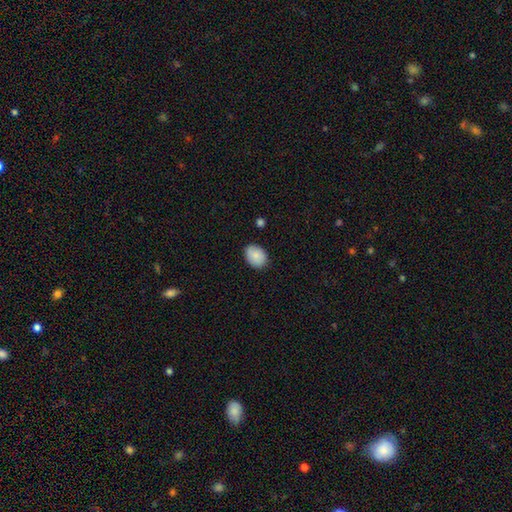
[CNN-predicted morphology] smooth-or-featured: smooth: 86% | featured or disk: 7% | star or artifact: 7%
  how-rounded: in between: 65% | round: 34% | cigar-shaped: 1%
  merging: none: 83% | minor disturbance: 13% | major disturbance: 2% | merger: 1%